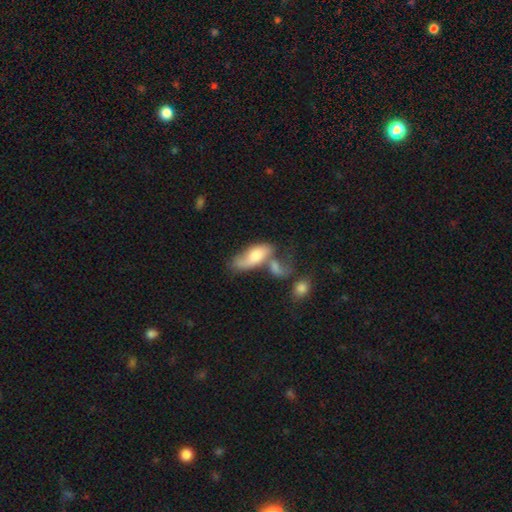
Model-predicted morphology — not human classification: Smooth or featured: smooth — 61% (featured or disk — 32%)
How rounded: in between — 79% (cigar-shaped — 18%)
Merging: merger — 43% (none — 26%)